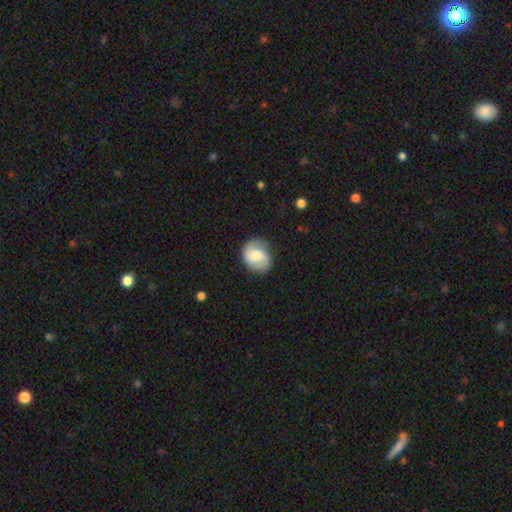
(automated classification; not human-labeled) Overall: featured or disk (50%; smooth 43%). Merging: none (74%).